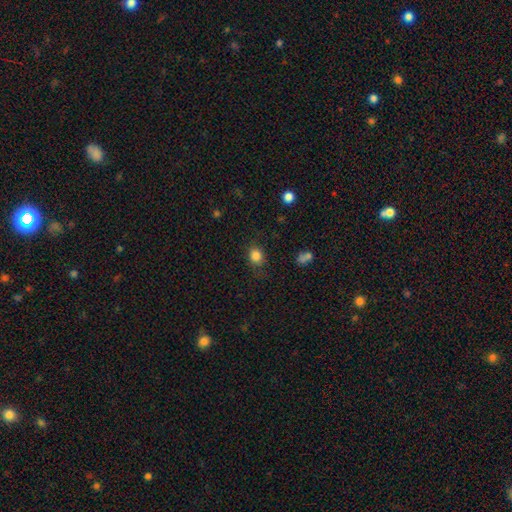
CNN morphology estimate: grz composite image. It shows a smooth galaxy with no disk features (84%) that is round (63%). Merging: none (80%).